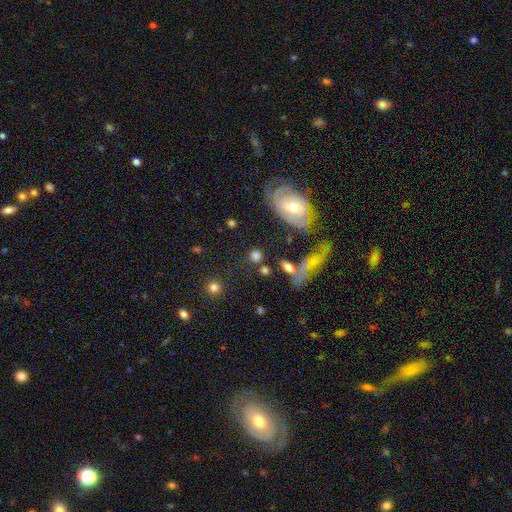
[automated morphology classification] A smooth galaxy with no disk features (72%) that is round (76%). Merging: none (72%).